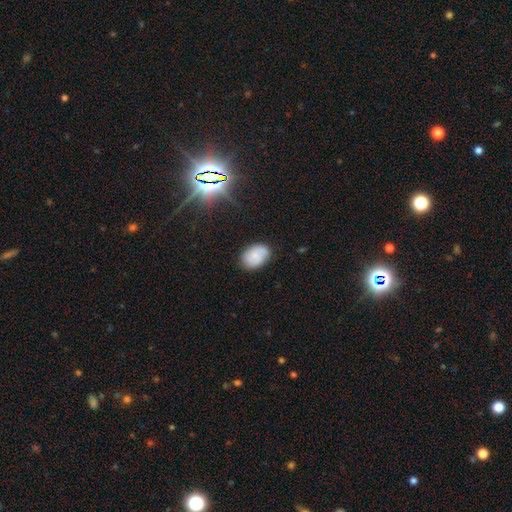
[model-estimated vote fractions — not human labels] A smooth galaxy with no disk features (70%) that is in between round and cigar-shaped (84%). Merging: none (78%).